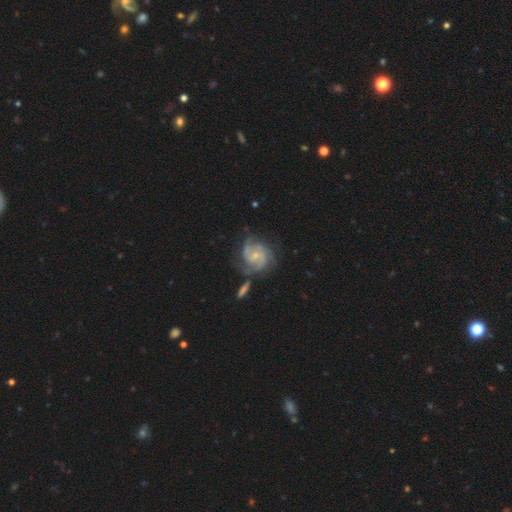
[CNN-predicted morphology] This is clearly a featured or disk galaxy (86%). It is clearly not viewed edge-on (98%). Bar: possibly no (59%). Spiral arm pattern: clearly yes (97%). Spiral arm count: marginally 2 (37%). Spiral winding: possibly tight (46%). Central bulge: likely small (71%). Merging: likely none (61%).